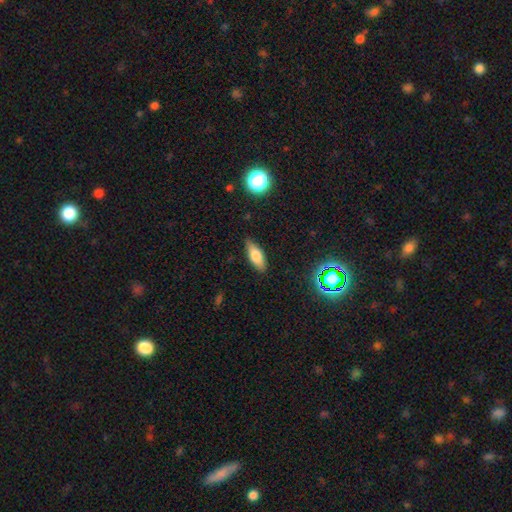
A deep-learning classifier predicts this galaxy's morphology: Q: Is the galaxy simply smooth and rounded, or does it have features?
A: smooth — 72%.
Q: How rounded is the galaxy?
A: in between — 72%.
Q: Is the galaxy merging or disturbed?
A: none — 83%.